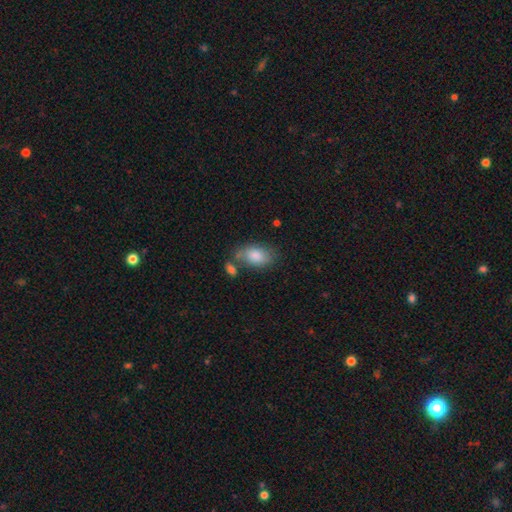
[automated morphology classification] This appears to be a smooth galaxy with no disk features (83%) that is in between round and cigar-shaped (89%). Merging: none (60%).